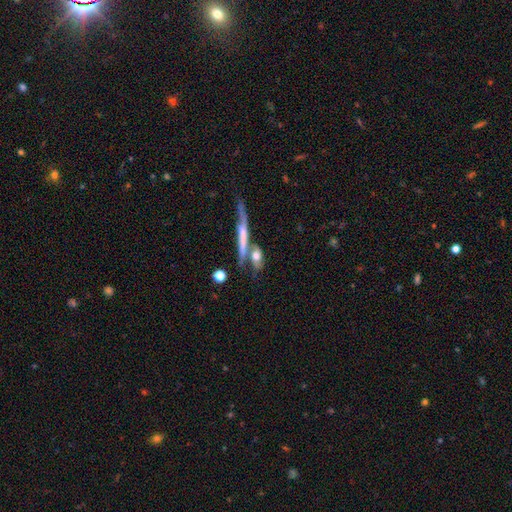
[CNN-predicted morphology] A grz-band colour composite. It shows a smooth galaxy with no disk features (56%) that is cigar-shaped (44%). Merging: none (45%).